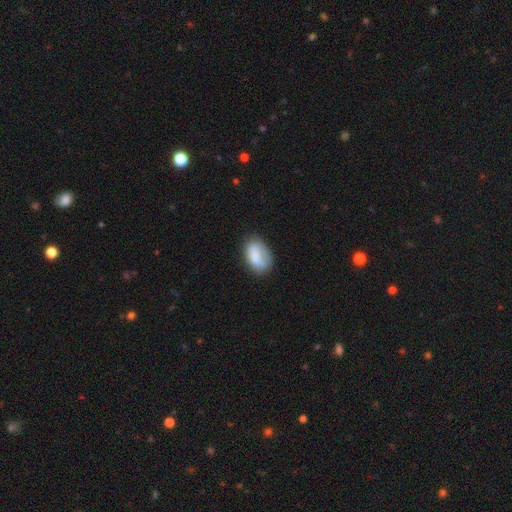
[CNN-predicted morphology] A smooth galaxy with no disk features (75%) that is in between round and cigar-shaped (90%).

Vote fractions:
- Smooth or featured? smooth: 75% / featured or disk: 18% / star or artifact: 8%
- How rounded? in between: 90% / round: 9% / cigar-shaped: 2%
- Merging? none: 56% / minor disturbance: 27% / major disturbance: 11% / merger: 7%